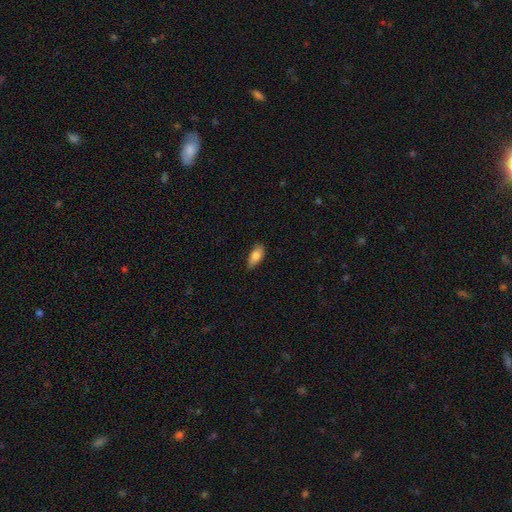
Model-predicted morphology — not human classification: A smooth galaxy with no disk features (81%) that is in between round and cigar-shaped (85%).

Vote fractions:
- Smooth or featured? smooth: 81% / featured or disk: 13% / star or artifact: 7%
- How rounded? in between: 85% / cigar-shaped: 12% / round: 3%
- Merging? none: 79% / minor disturbance: 17% / major disturbance: 3% / merger: 1%